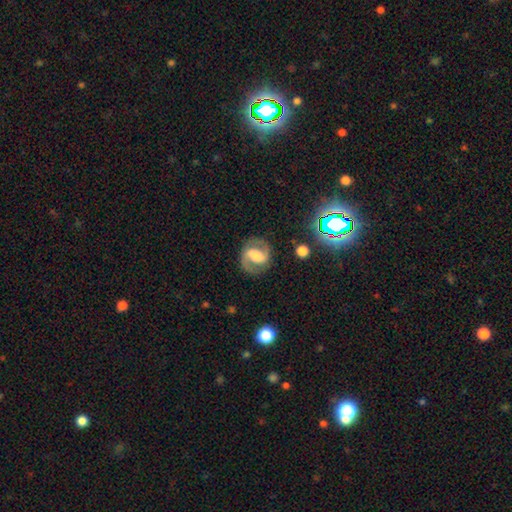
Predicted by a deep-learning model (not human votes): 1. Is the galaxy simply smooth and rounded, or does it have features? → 81% featured or disk, 12% smooth, 6% star or artifact.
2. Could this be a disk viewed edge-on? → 98% no, 2% yes.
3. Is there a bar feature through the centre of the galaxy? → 42% strong, 41% weak, 18% no.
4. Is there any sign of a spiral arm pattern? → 94% yes, 6% no.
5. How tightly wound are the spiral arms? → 56% medium, 23% tight, 21% loose.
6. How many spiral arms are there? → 92% 2, 3% can't tell, 2% 1, 1% 3, 1% 4, 1% more than 4.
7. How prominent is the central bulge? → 47% moderate, 22% small, 21% large, 7% none, 3% dominant.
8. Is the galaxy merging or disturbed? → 83% none, 11% minor disturbance, 5% major disturbance, 1% merger.